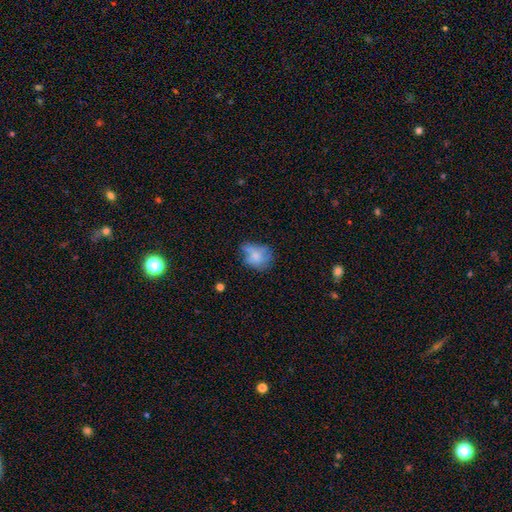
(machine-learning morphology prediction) smooth-or-featured: smooth: 59% | featured or disk: 30% | star or artifact: 11%
  how-rounded: in between: 51% | round: 47% | cigar-shaped: 1%
  merging: none: 44% | minor disturbance: 30% | major disturbance: 20% | merger: 5%